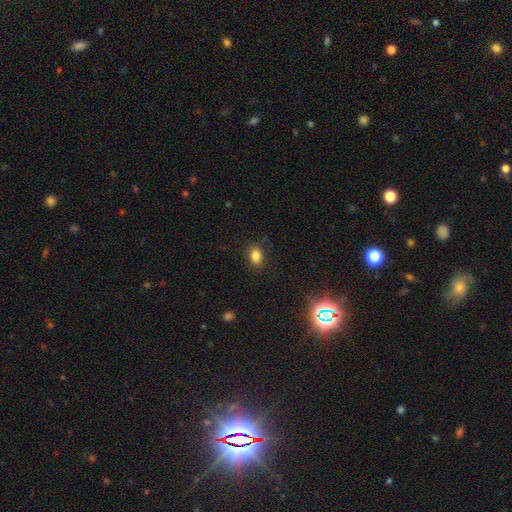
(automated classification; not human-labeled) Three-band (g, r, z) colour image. It shows a smooth galaxy with no disk features (84%) that is in between round and cigar-shaped (78%). Merging: none (85%).